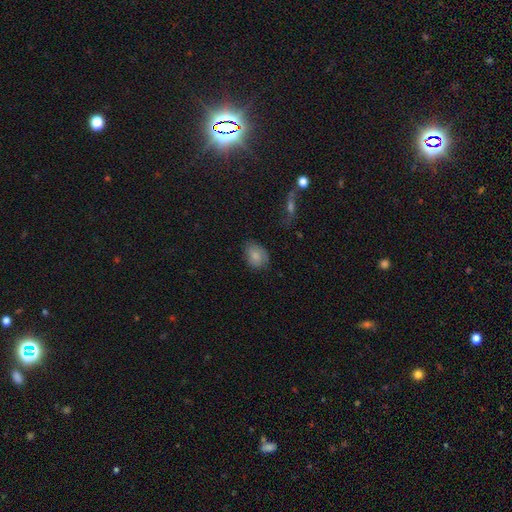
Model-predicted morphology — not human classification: This appears to be a smooth galaxy with no disk features (77%) that is in between round and cigar-shaped (66%). Merging: none (68%).